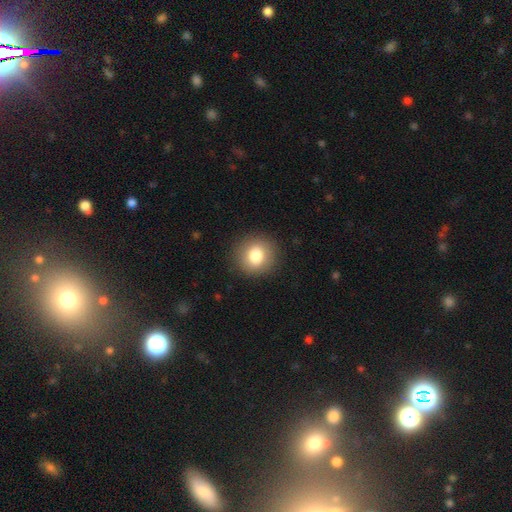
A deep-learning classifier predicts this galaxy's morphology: Smooth or featured? smooth (81%)
How rounded? round (91%)
Merging? none (90%)